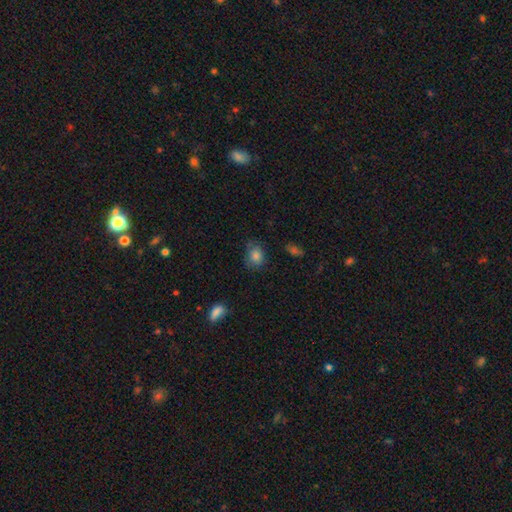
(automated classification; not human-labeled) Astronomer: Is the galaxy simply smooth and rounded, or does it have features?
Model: smooth — 82%.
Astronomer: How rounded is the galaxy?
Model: round — 52% (runner-up: in between, 46%).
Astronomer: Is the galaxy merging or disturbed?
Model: none — 66%.